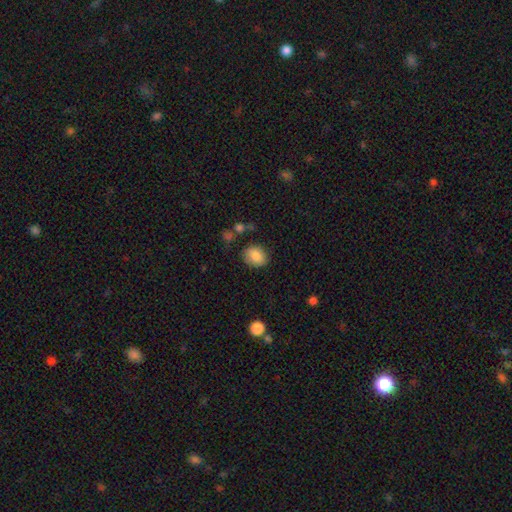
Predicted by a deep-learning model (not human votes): The model was most divided on "how rounded": in between: 50%, round: 49%, cigar-shaped: 1%. More confident: smooth or featured — smooth (85%); merging — none (81%).